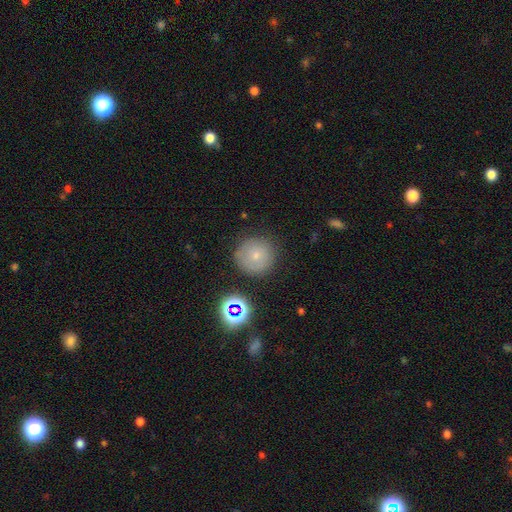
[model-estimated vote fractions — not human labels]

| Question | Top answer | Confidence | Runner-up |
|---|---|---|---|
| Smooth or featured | smooth | 68% | featured or disk (17%) |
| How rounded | round | 95% | in between (4%) |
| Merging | none | 82% | minor disturbance (12%) |